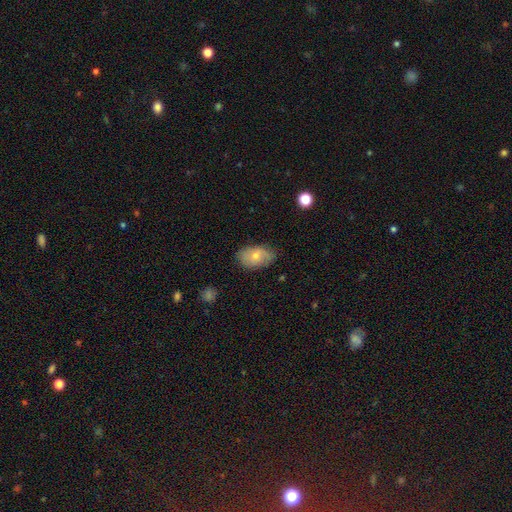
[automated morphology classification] A smooth galaxy with no disk features (58%) that is in between round and cigar-shaped (89%).

Vote fractions:
- Smooth or featured? smooth: 58% / featured or disk: 34% / star or artifact: 9%
- How rounded? in between: 89% / round: 9% / cigar-shaped: 2%
- Merging? none: 74% / minor disturbance: 21% / major disturbance: 4% / merger: 1%